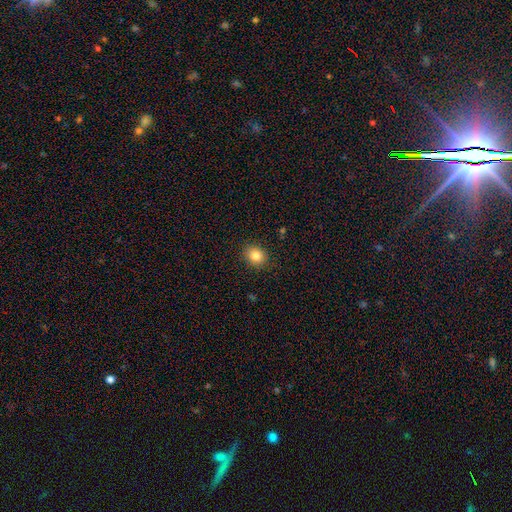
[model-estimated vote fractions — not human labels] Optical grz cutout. It shows a smooth galaxy with no disk features (83%) that is round (62%). Merging: none (89%).